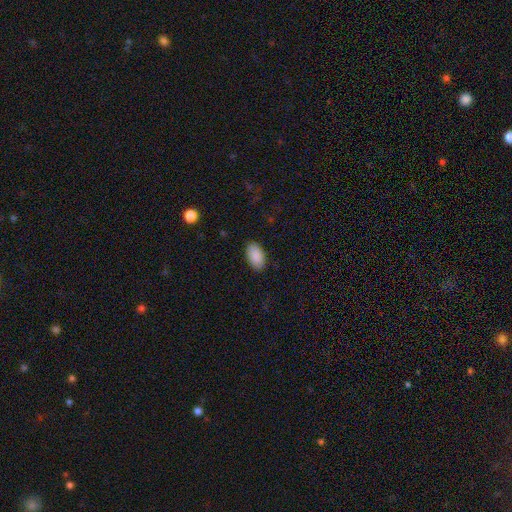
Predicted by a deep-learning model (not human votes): smooth-or-featured: smooth: 91% | star or artifact: 6% | featured or disk: 3%
  how-rounded: in between: 95% | round: 4% | cigar-shaped: 1%
  merging: none: 89% | minor disturbance: 8% | major disturbance: 2% | merger: 1%